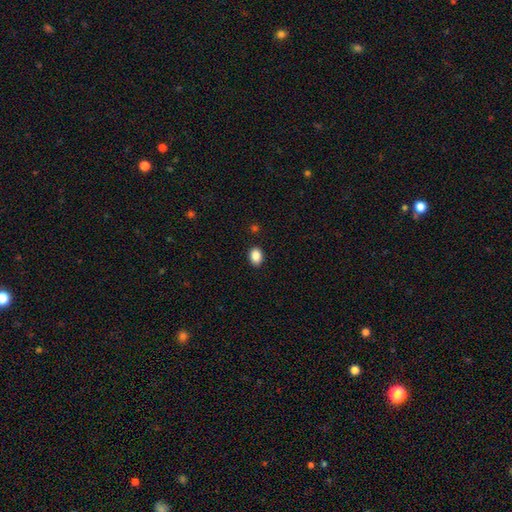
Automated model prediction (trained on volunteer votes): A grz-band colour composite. It shows a smooth galaxy with no disk features (87%) that is in between round and cigar-shaped (72%). Merging: none (89%).